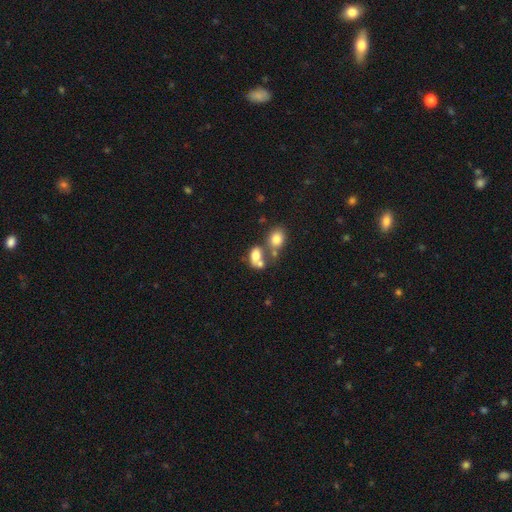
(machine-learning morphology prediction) smooth-or-featured: smooth: 71% | featured or disk: 18% | star or artifact: 12%
  how-rounded: in between: 71% | round: 27% | cigar-shaped: 2%
  merging: merger: 49% | none: 31% | minor disturbance: 12% | major disturbance: 8%